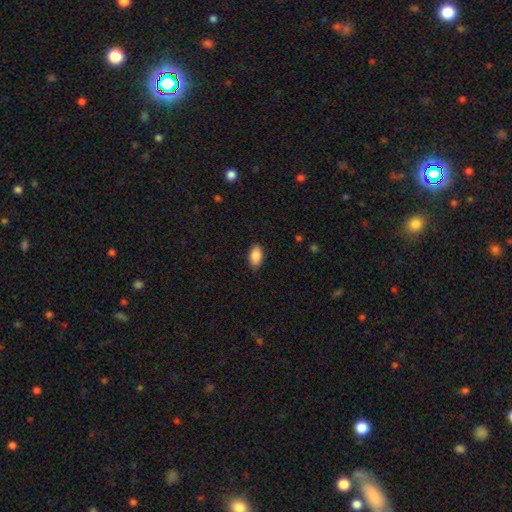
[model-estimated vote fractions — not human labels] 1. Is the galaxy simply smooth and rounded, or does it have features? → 88% smooth, 7% star or artifact, 4% featured or disk.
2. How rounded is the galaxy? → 92% in between, 6% round, 2% cigar-shaped.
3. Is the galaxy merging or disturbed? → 86% none, 11% minor disturbance, 2% major disturbance, 1% merger.